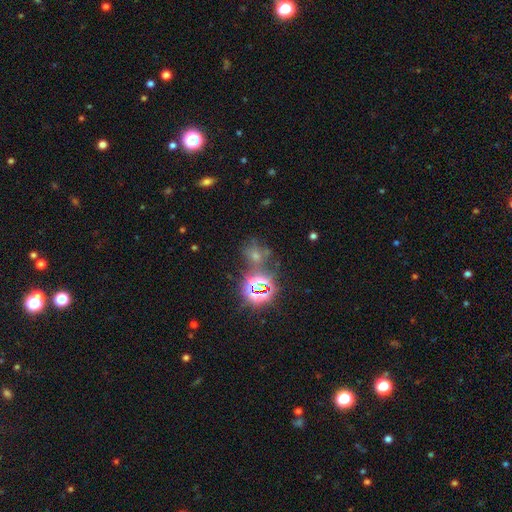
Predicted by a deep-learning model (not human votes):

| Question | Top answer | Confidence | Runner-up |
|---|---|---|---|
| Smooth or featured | star or artifact | 51% | smooth (38%) |